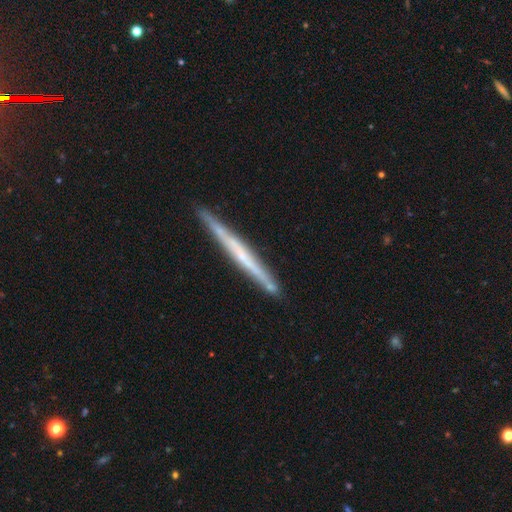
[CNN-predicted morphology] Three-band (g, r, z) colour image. It shows a featured or disk galaxy (67%) viewed edge-on (97%) with no central bulge (71%). Merging: none (89%).